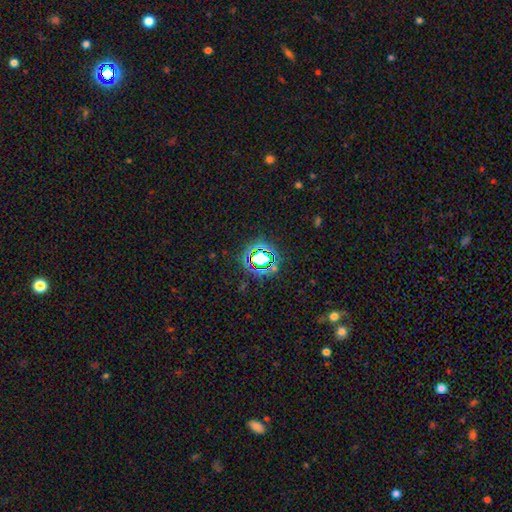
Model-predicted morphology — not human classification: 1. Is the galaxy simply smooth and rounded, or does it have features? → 66% star or artifact, 23% smooth, 11% featured or disk.